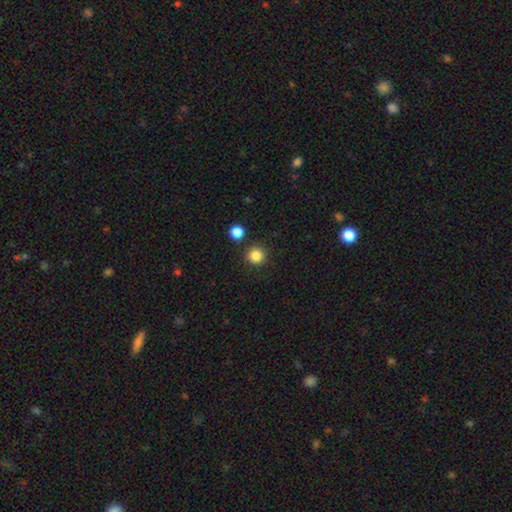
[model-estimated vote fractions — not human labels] Smooth or featured?
  - smooth: 85% *
  - star or artifact: 11%
  - featured or disk: 4%
How rounded?
  - round: 95% *
  - in between: 5%
  - cigar-shaped: 1%
Merging?
  - none: 86% *
  - minor disturbance: 6%
  - merger: 5%
  - major disturbance: 2%